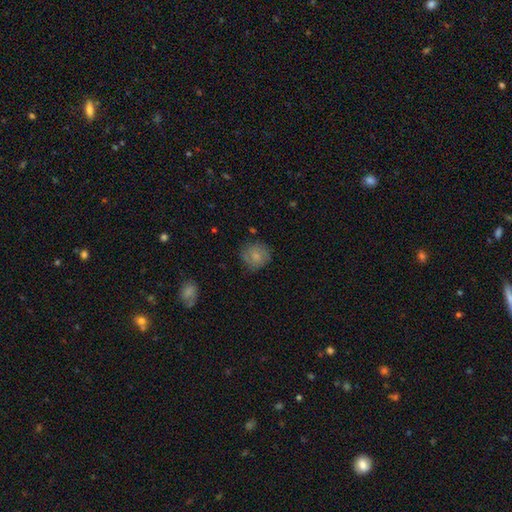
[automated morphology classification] This appears to be a smooth galaxy with no disk features (71%) that is round (86%). Merging: none (73%).